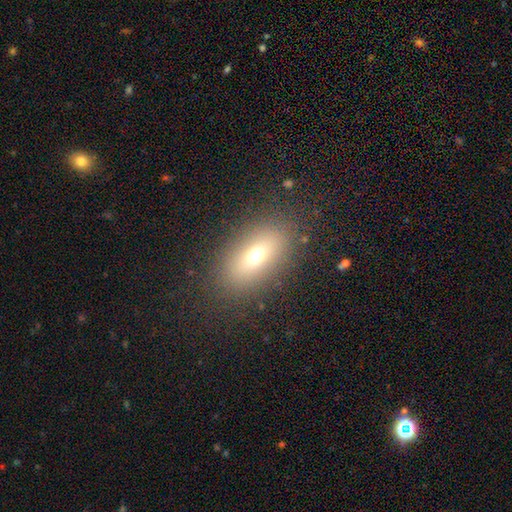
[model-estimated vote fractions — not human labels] This appears to be a smooth galaxy with no disk features (67%) that is in between round and cigar-shaped (82%). Merging: none (86%).